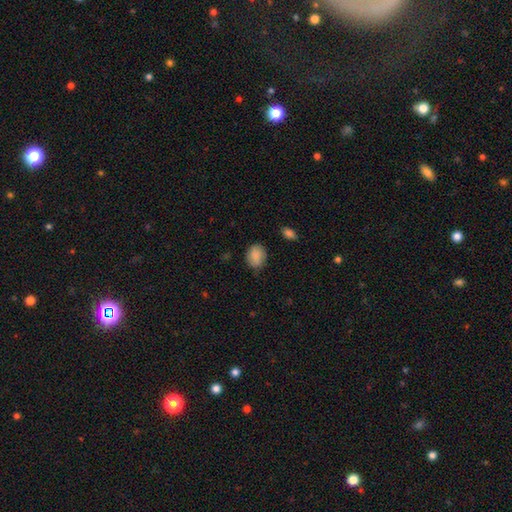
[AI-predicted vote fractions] Q: Smooth or featured?
A: smooth (88%); runner-up: star or artifact (7%)
Q: How rounded?
A: in between (62%); runner-up: round (37%)
Q: Merging?
A: none (78%); runner-up: minor disturbance (17%)